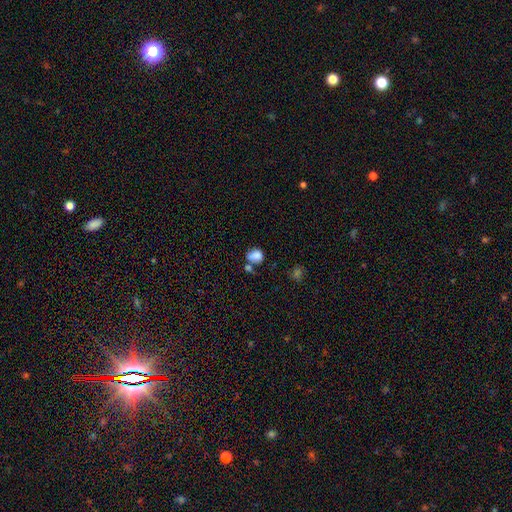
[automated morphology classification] Overall: smooth (80%). How rounded: round (50%; in between 49%). Merging: none (42%; merger 27%).